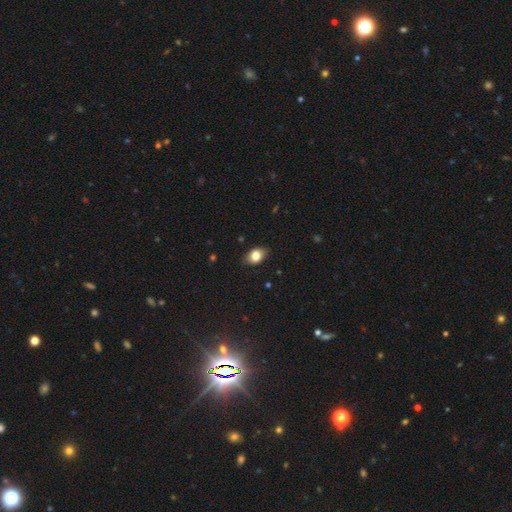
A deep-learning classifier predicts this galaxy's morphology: Smooth or featured?
  - smooth: 78% *
  - featured or disk: 13%
  - star or artifact: 8%
How rounded?
  - in between: 81% *
  - round: 17%
  - cigar-shaped: 2%
Merging?
  - none: 82% *
  - minor disturbance: 14%
  - major disturbance: 3%
  - merger: 1%